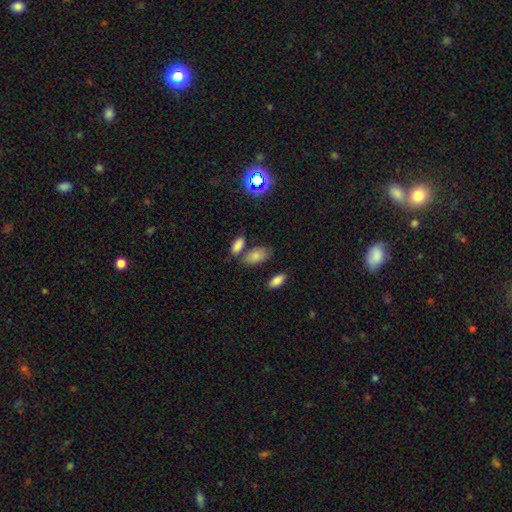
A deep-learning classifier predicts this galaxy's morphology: A smooth galaxy with no disk features (80%) that is in between round and cigar-shaped (90%). Merging: none (63%).